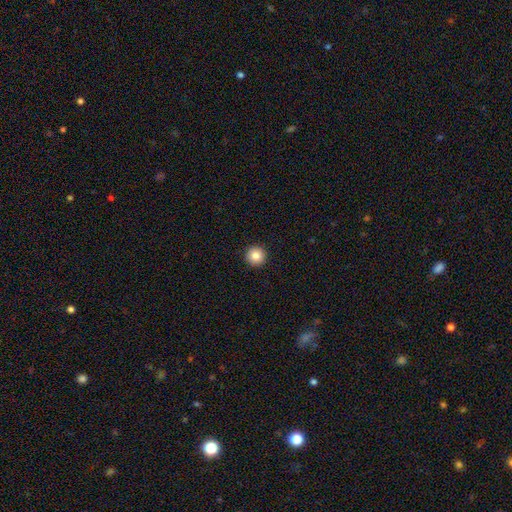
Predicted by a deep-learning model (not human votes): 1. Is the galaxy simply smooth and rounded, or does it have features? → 84% smooth, 10% star or artifact, 6% featured or disk.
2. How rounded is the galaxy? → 96% round, 3% in between, 1% cigar-shaped.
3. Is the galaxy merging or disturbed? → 94% none, 4% minor disturbance, 1% major disturbance, 1% merger.